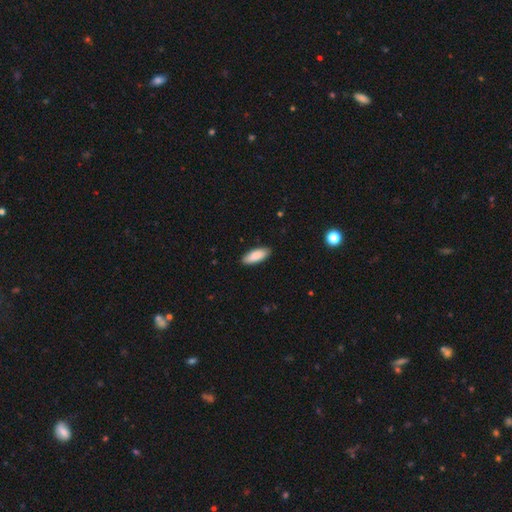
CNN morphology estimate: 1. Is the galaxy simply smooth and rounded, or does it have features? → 89% smooth, 6% featured or disk, 6% star or artifact.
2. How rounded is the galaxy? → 76% in between, 22% cigar-shaped, 2% round.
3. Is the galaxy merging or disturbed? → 88% none, 9% minor disturbance, 2% major disturbance, 1% merger.